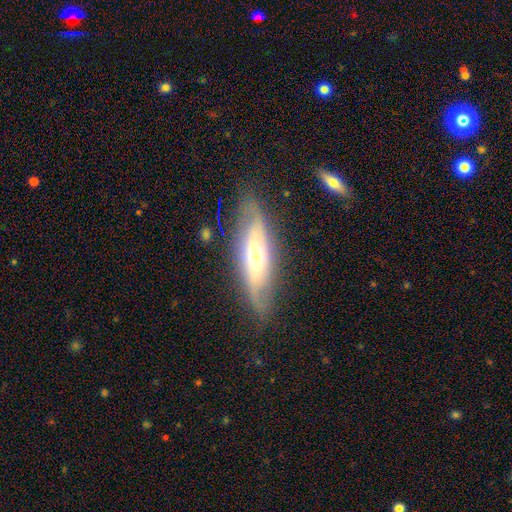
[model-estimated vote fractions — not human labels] smooth-or-featured: featured or disk: 59% | smooth: 34% | star or artifact: 7%
  disk-edge-on: no: 59% | yes: 41%
  merging: none: 75% | minor disturbance: 18% | major disturbance: 5% | merger: 2%